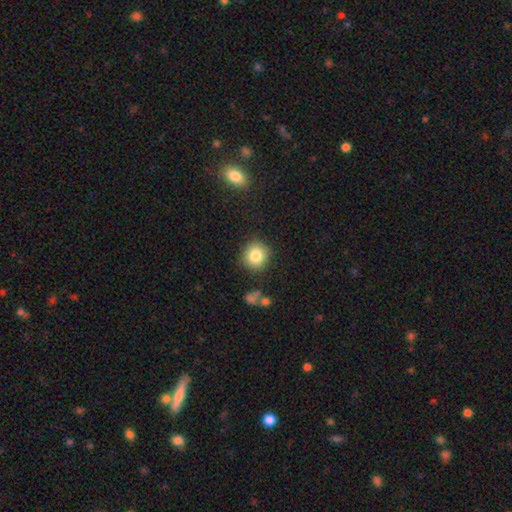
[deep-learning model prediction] smooth_or_featured: smooth (p=0.83) [alt: star or artifact p=0.10]
how_rounded: round (p=0.90) [alt: in between p=0.09]
merging: none (p=0.86) [alt: minor disturbance p=0.09]